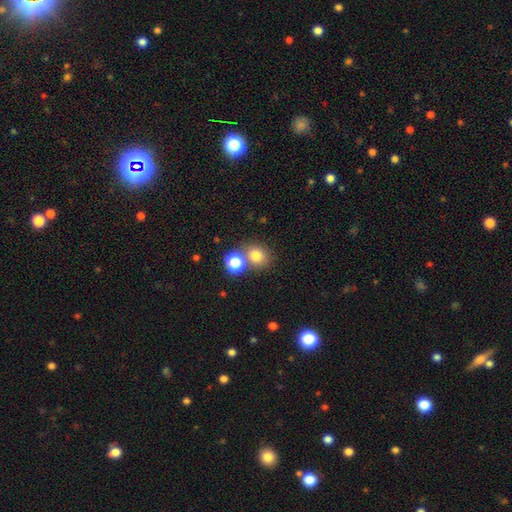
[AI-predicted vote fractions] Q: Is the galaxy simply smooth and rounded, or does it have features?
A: smooth — 77%.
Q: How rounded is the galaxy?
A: round — 80%.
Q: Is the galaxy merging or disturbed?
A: none — 59%.